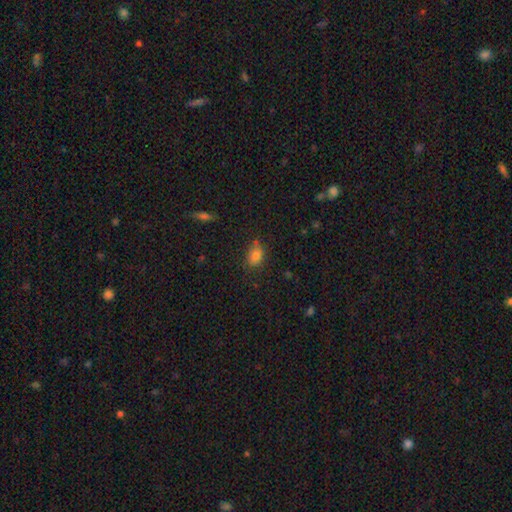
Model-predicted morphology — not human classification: This is clearly a smooth galaxy (82%). How rounded: likely in between (75%). Merging: likely none (67%).